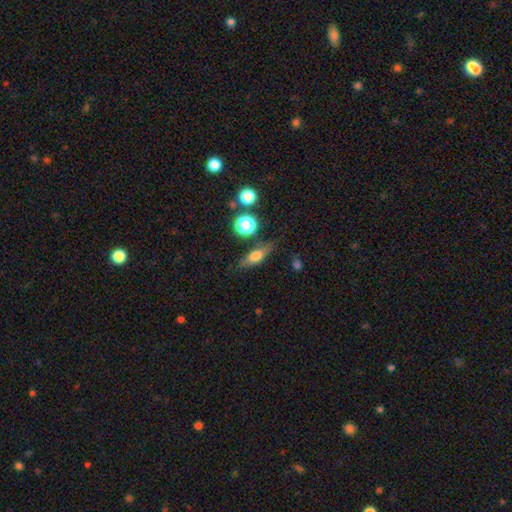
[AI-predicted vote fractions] smooth_or_featured: smooth (p=0.59) [alt: featured or disk p=0.30]
how_rounded: in between (p=0.52) [alt: cigar-shaped p=0.37]
merging: none (p=0.77) [alt: minor disturbance p=0.14]